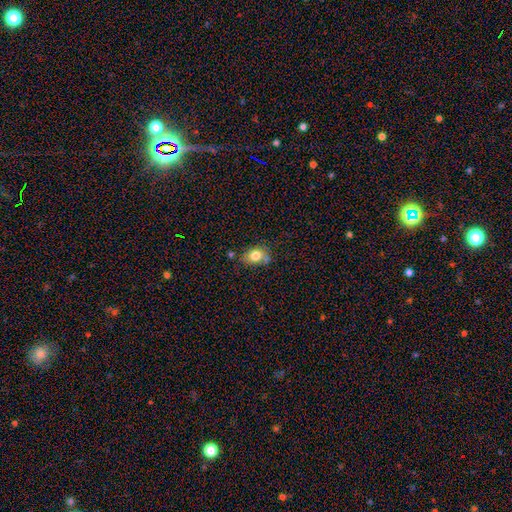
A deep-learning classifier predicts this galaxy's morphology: Smooth or featured?
  - smooth: 79% *
  - featured or disk: 11%
  - star or artifact: 10%
How rounded?
  - in between: 67% *
  - round: 31%
  - cigar-shaped: 1%
Merging?
  - none: 62% *
  - minor disturbance: 24%
  - merger: 8%
  - major disturbance: 6%